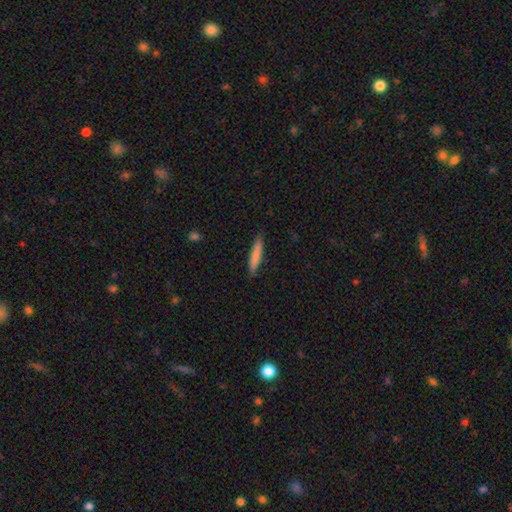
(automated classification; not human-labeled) Overall: smooth (79%). How rounded: cigar-shaped (91%). Merging: none (86%).